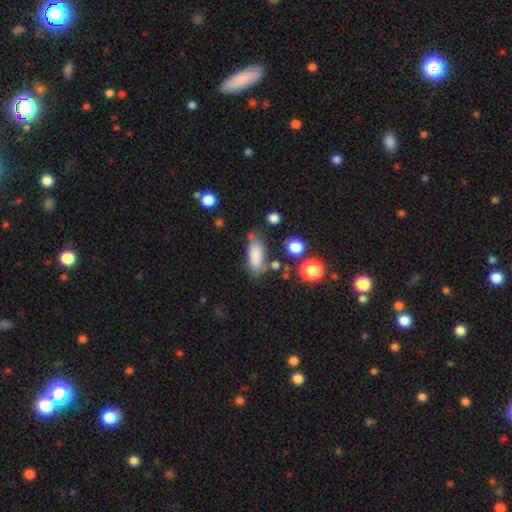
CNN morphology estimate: This is clearly a smooth galaxy (82%). How rounded: likely in between (79%). Merging: likely none (61%).